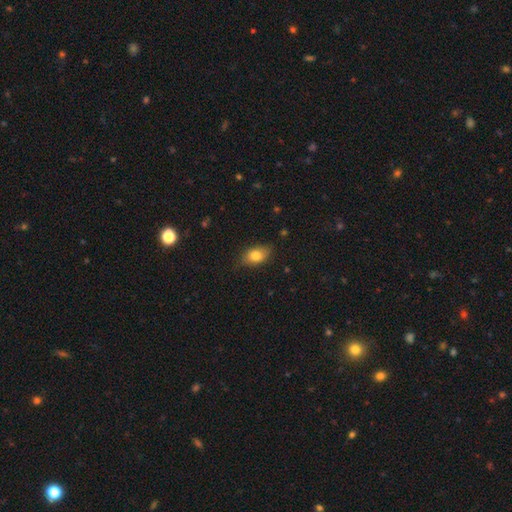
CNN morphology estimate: smooth 79%, featured or disk 12%, star or artifact 8%. Down the decision tree: how rounded — in between (84%); merging — none (77%).